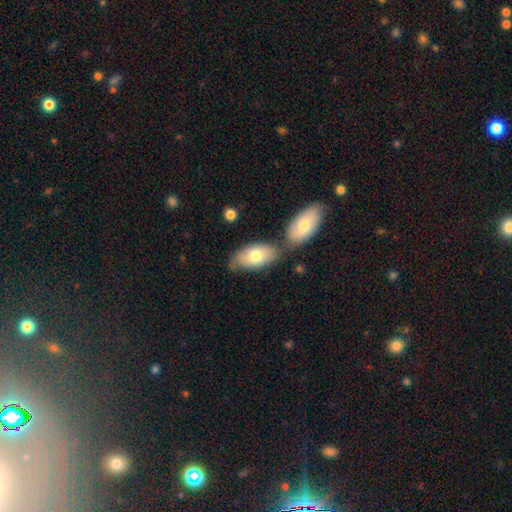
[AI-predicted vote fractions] Q: Smooth or featured?
A: smooth (75%); runner-up: featured or disk (19%)
Q: How rounded?
A: in between (92%); runner-up: cigar-shaped (4%)
Q: Merging?
A: none (52%); runner-up: merger (29%)